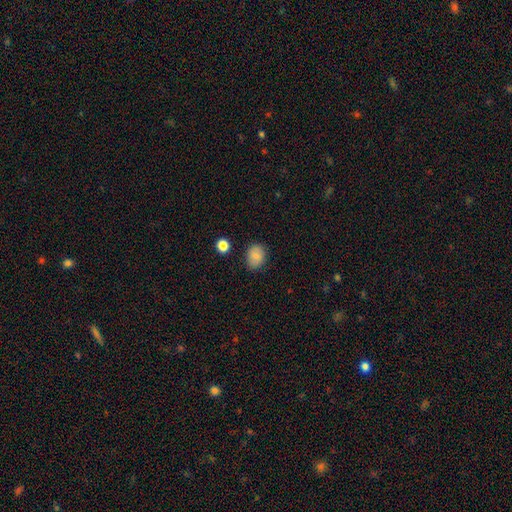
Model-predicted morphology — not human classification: type=smooth (82%); roundness=in between (53%); merging=none (81%).